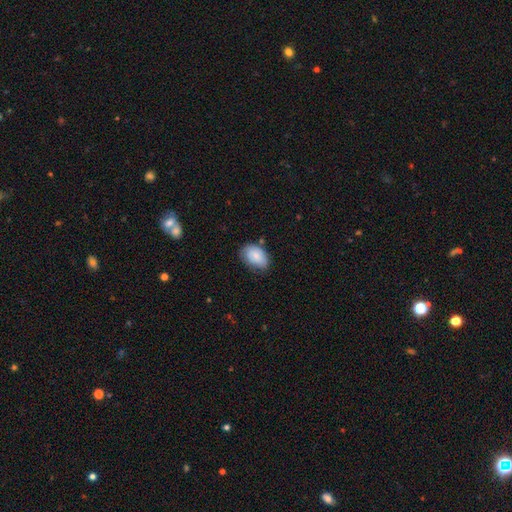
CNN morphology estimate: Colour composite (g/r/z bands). It shows a smooth galaxy with no disk features (80%) that is in between round and cigar-shaped (87%). Merging: none (68%).